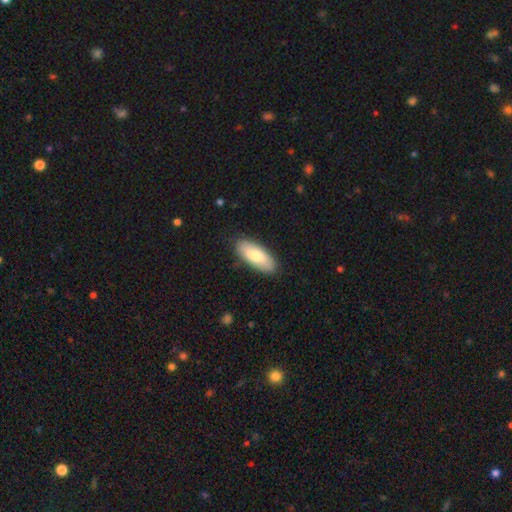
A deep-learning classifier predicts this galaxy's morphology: smooth 75%, featured or disk 19%, star or artifact 5%. Down the decision tree: how rounded — in between (80%); merging — none (87%).